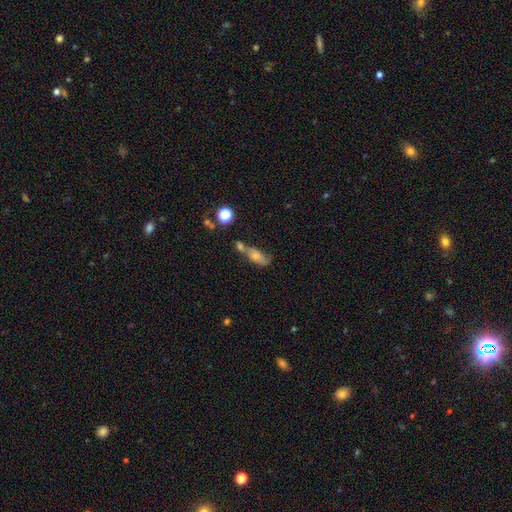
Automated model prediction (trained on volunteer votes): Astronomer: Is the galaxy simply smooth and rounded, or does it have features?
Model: smooth — 57%.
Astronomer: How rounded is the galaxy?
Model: in between — 78%.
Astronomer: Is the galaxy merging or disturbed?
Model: merger — 40% (runner-up: none, 31%).